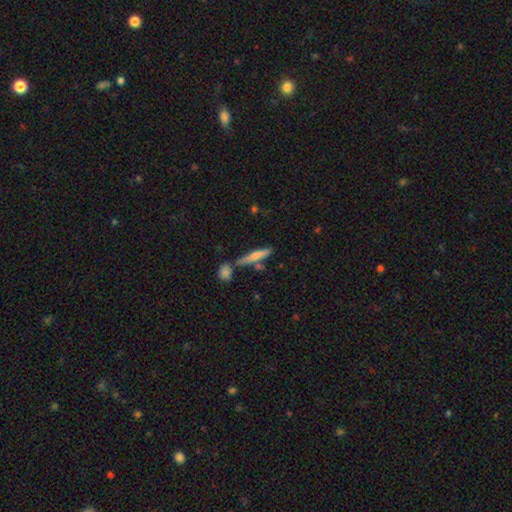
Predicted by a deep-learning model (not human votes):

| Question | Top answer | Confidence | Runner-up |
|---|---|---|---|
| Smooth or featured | smooth | 48% | featured or disk (44%) |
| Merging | none | 71% | merger (15%) |